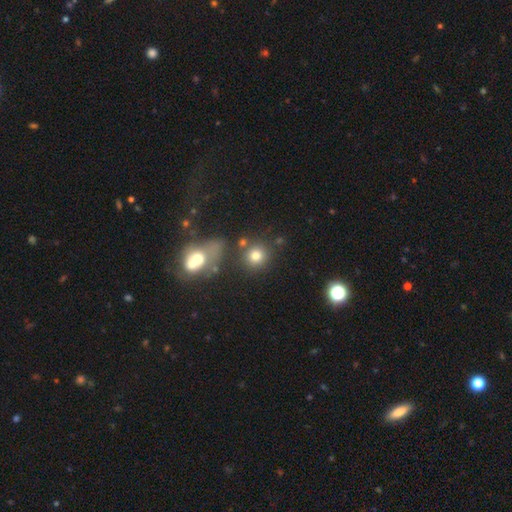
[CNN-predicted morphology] Smooth or featured? Predicted: smooth (p=0.75). How rounded? Predicted: round (p=0.89). Merging? Predicted: none (p=0.71).